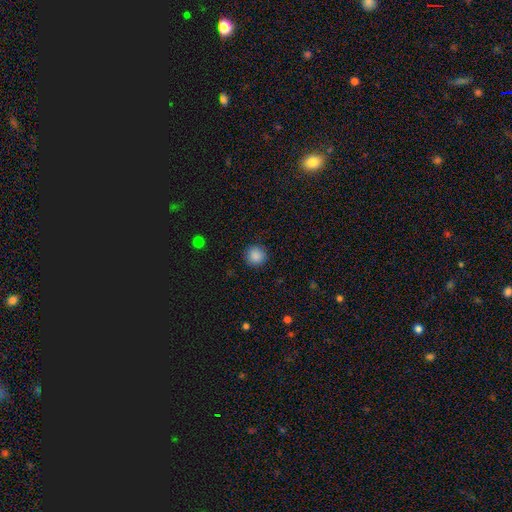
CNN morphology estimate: This is clearly a smooth galaxy (87%). How rounded: clearly round (93%). Merging: clearly none (89%).